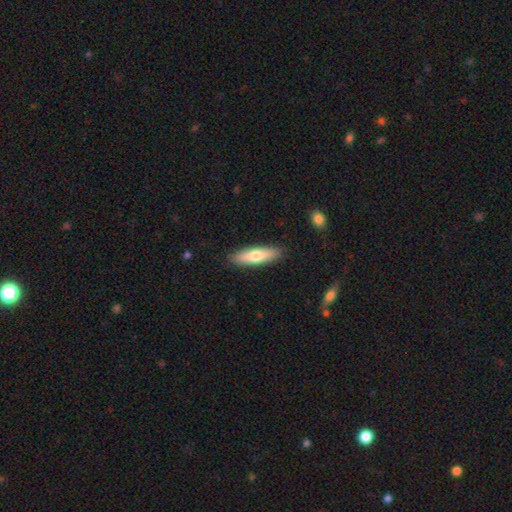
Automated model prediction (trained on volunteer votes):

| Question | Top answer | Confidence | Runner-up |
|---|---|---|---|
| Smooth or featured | smooth | 67% | featured or disk (28%) |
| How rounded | cigar-shaped | 64% | in between (34%) |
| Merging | none | 89% | minor disturbance (8%) |